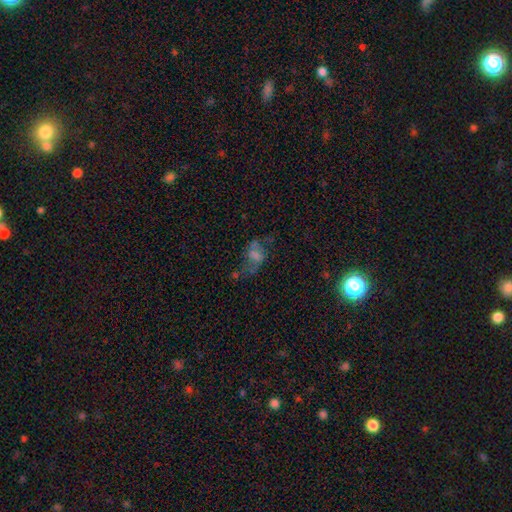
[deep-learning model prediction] This appears to be a featured or disk galaxy (48%). Merging: none (48%).